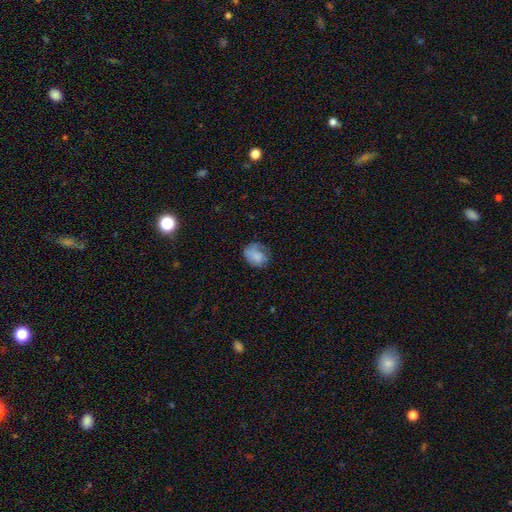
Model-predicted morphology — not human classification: The model was most divided on "how rounded": round: 59%, in between: 40%, cigar-shaped: 1%. More confident: smooth or featured — smooth (67%); merging — none (53%).